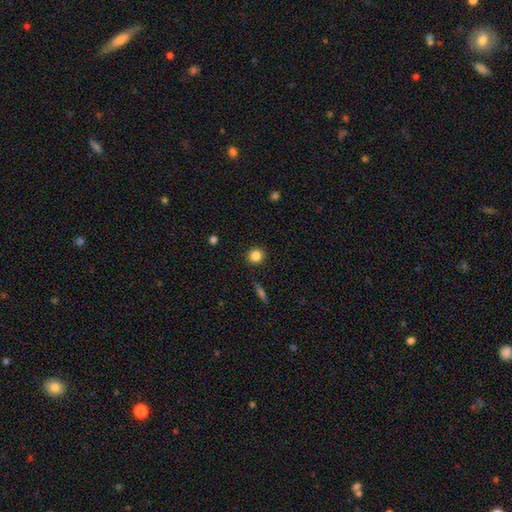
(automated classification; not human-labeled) smooth 84%, star or artifact 11%, featured or disk 5%. Down the decision tree: how rounded — round (93%); merging — none (91%).